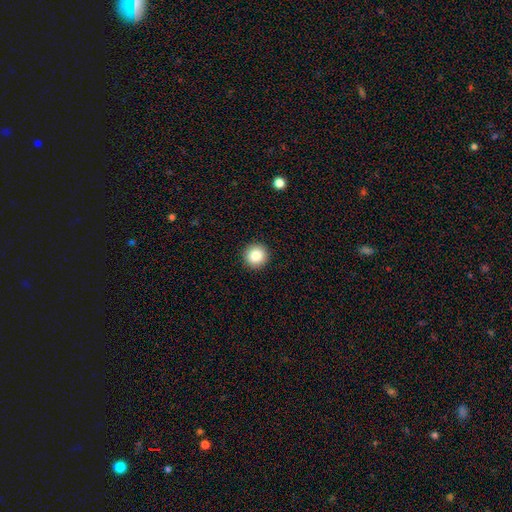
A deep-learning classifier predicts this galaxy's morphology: smooth_or_featured: smooth (p=0.84) [alt: star or artifact p=0.10]
how_rounded: round (p=0.96) [alt: in between p=0.03]
merging: none (p=0.94) [alt: minor disturbance p=0.04]